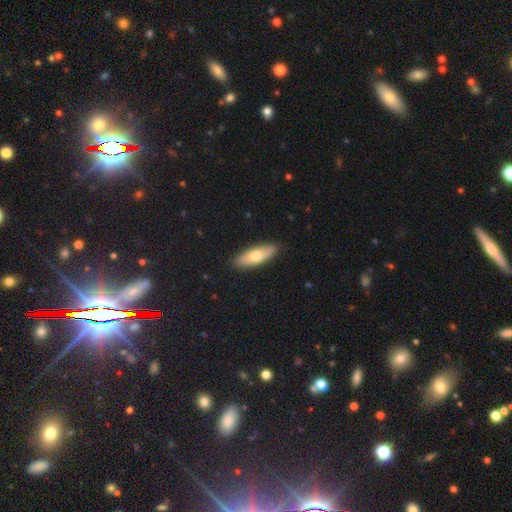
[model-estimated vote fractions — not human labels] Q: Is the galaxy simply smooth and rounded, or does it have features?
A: smooth — 67%.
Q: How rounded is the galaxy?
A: in between — 57%.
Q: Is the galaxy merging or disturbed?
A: none — 89%.